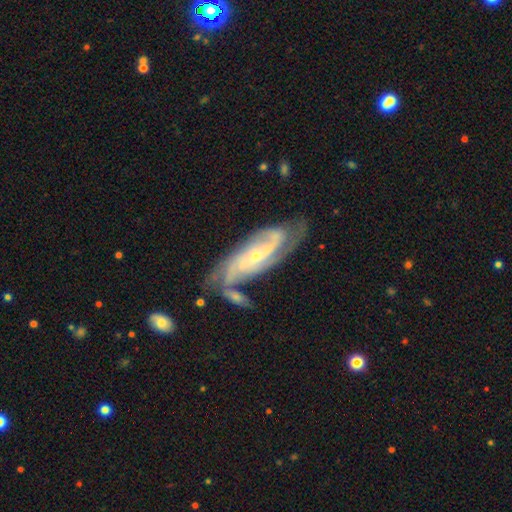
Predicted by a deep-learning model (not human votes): Morphology: type=featured or disk (87%); edge-on=no (92%); bar=no (58%); spiral arms=yes (97%); winding=tight (49%); arm count=2 (37%); bulge=small (71%); merging=none (57%).